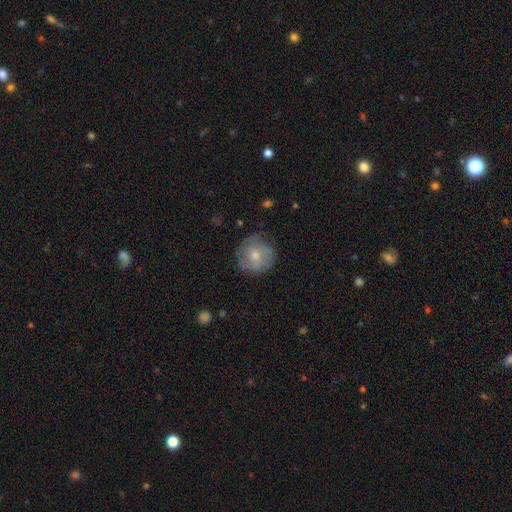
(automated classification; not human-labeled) This appears to be a smooth galaxy with no disk features (61%) that is round (91%). Merging: none (72%).